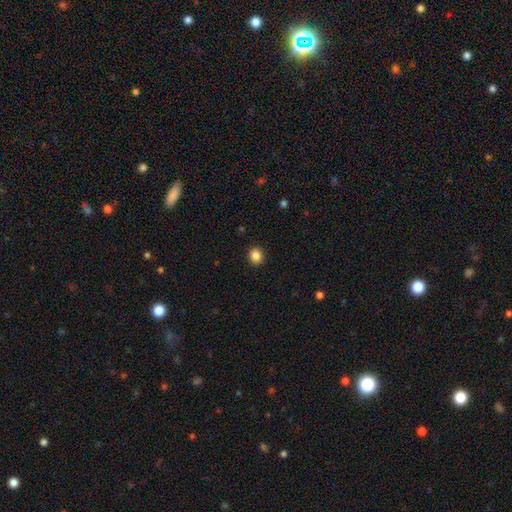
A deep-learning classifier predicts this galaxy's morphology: smooth_or_featured: smooth (p=0.86) [alt: star or artifact p=0.10]
how_rounded: round (p=0.80) [alt: in between p=0.19]
merging: none (p=0.91) [alt: minor disturbance p=0.06]